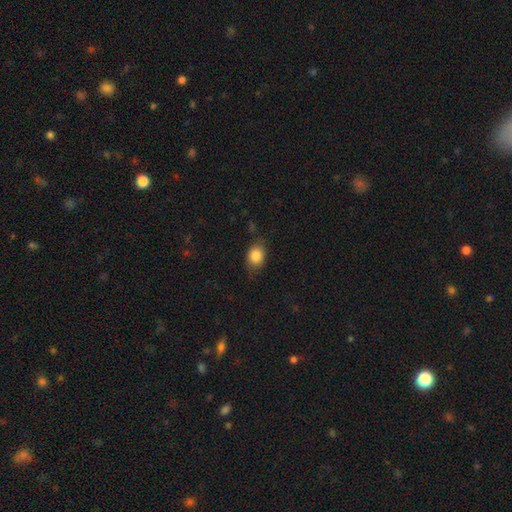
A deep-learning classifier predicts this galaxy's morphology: A smooth galaxy with no disk features (85%) that is in between round and cigar-shaped (51%). Merging: none (69%).